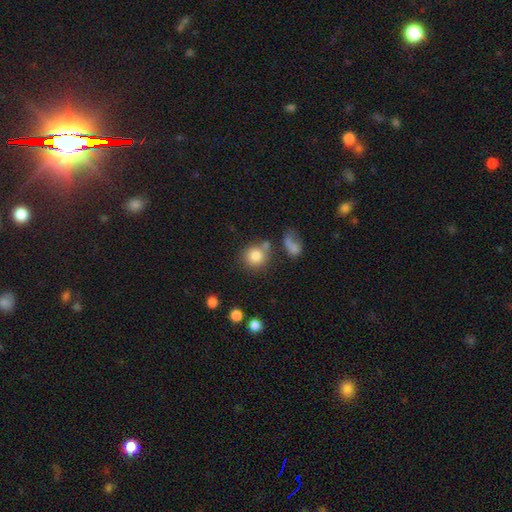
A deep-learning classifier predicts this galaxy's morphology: Smooth or featured?
  - smooth: 83% *
  - star or artifact: 10%
  - featured or disk: 7%
How rounded?
  - round: 86% *
  - in between: 13%
  - cigar-shaped: 1%
Merging?
  - none: 65% *
  - merger: 17%
  - minor disturbance: 12%
  - major disturbance: 6%